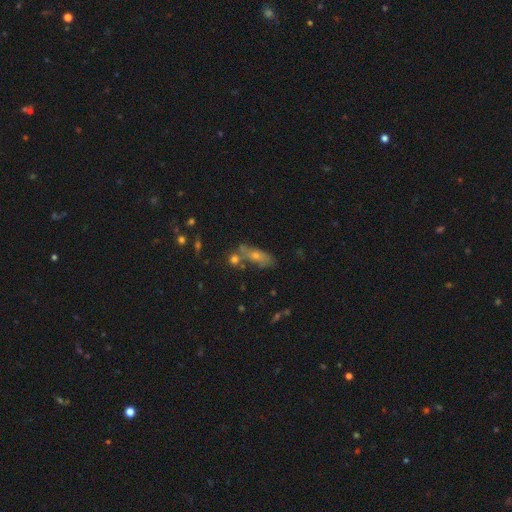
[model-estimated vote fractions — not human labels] This appears to be a smooth galaxy with no disk features (49%). Merging: none (52%).